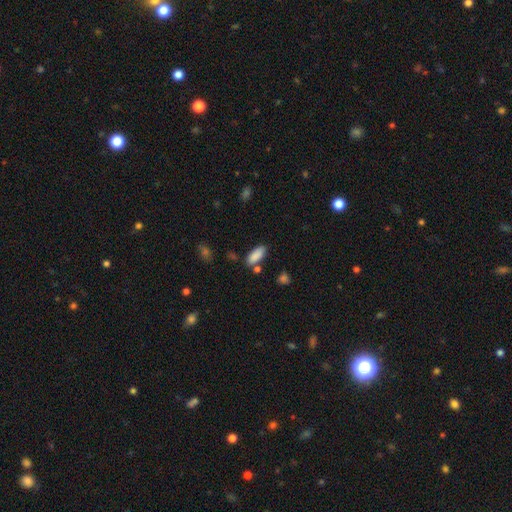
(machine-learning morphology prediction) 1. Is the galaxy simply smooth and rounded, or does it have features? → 88% smooth, 7% star or artifact, 5% featured or disk.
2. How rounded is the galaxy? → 83% in between, 15% cigar-shaped, 2% round.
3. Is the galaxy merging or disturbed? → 75% none, 14% minor disturbance, 8% merger, 3% major disturbance.